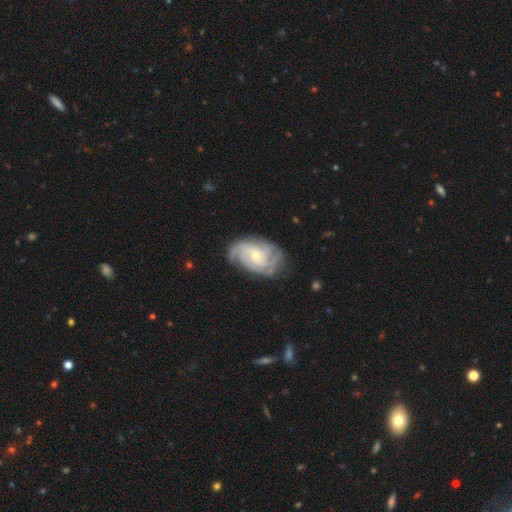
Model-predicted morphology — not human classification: Smooth or featured: featured or disk — 85% (smooth — 9%)
Edge-on disk: no — 97% (yes — 3%)
Bar: no — 65% (weak — 30%)
Spiral arms: yes — 96% (no — 4%)
Spiral winding: tight — 59% (medium — 33%)
Spiral arm count: 3 — 27% (can't tell — 25%)
Bulge size: small — 61% (moderate — 37%)
Merging: none — 75% (minor disturbance — 18%)